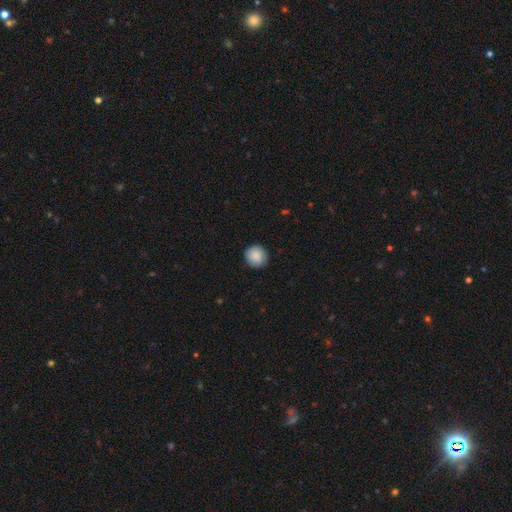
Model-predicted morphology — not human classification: Overall: smooth (88%). How rounded: round (92%). Merging: none (88%).